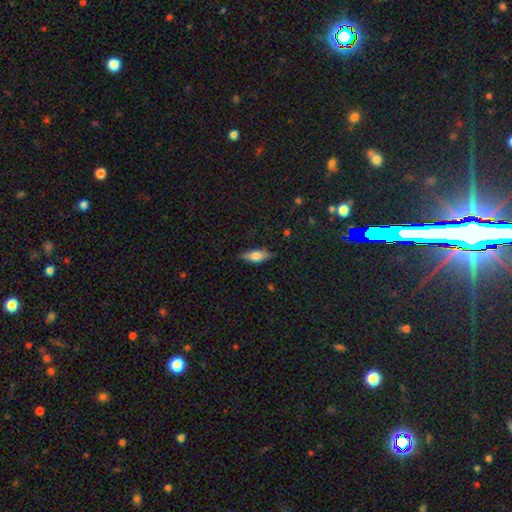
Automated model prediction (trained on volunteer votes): The model was most divided on "smooth or featured": smooth: 59%, featured or disk: 33%, star or artifact: 7%. More confident: merging — none (81%); how rounded — in between (62%).